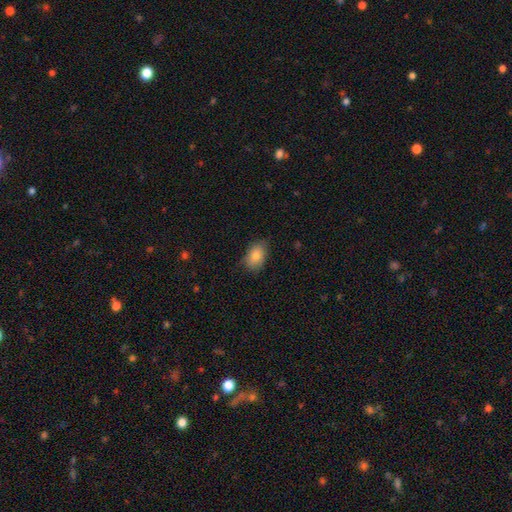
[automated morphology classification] Overall: smooth (84%). How rounded: in between (82%). Merging: none (71%).